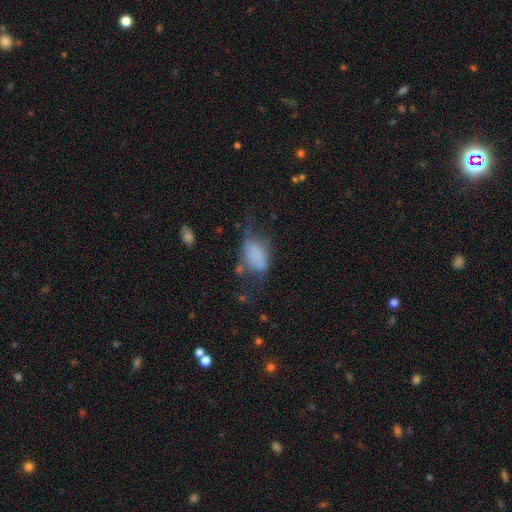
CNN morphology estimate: smooth-or-featured: smooth: 65% | featured or disk: 24% | star or artifact: 11%
  how-rounded: in between: 89% | round: 8% | cigar-shaped: 3%
  merging: major disturbance: 39% | minor disturbance: 28% | none: 26% | merger: 7%